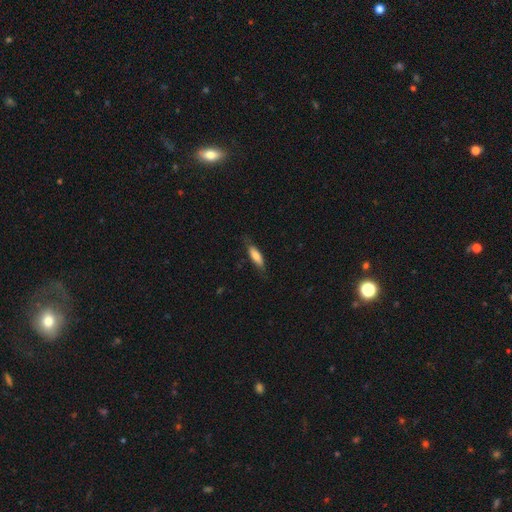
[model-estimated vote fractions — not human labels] Smooth or featured? Predicted: smooth (p=0.75). How rounded? Predicted: cigar-shaped (p=0.52). Merging? Predicted: none (p=0.74).